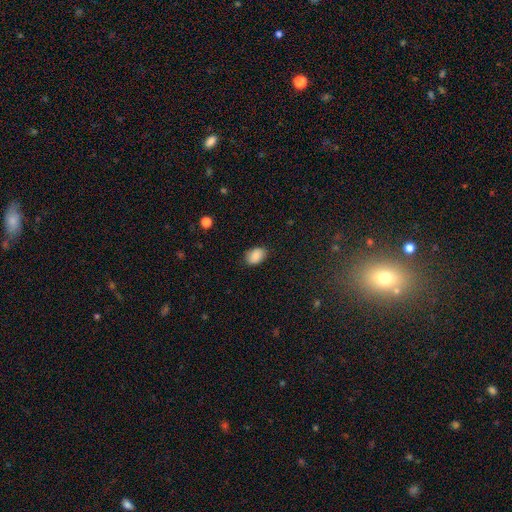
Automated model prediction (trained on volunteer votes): Smooth or featured: smooth — 87% (star or artifact — 8%)
How rounded: in between — 81% (round — 18%)
Merging: none — 83% (minor disturbance — 13%)